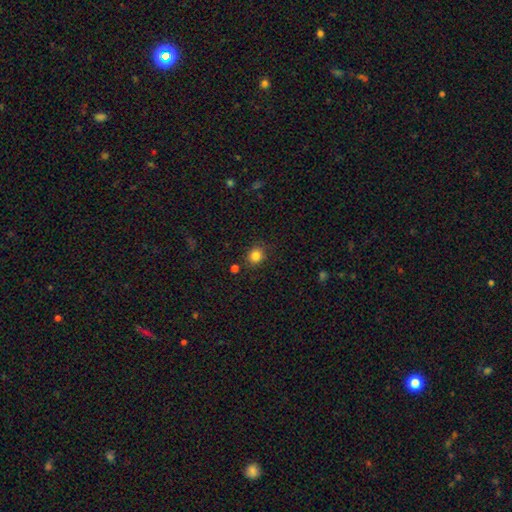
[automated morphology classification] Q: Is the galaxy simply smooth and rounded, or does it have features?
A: smooth — 83%.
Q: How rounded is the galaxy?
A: round — 75%.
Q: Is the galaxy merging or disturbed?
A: none — 83%.